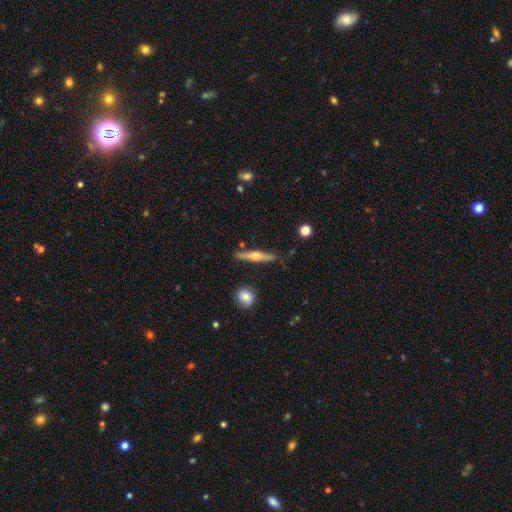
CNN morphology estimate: featured or disk 60%, smooth 35%, star or artifact 6%. Down the decision tree: edge-on disk — yes (95%); edge-on bulge — rounded (92%); merging — none (82%).